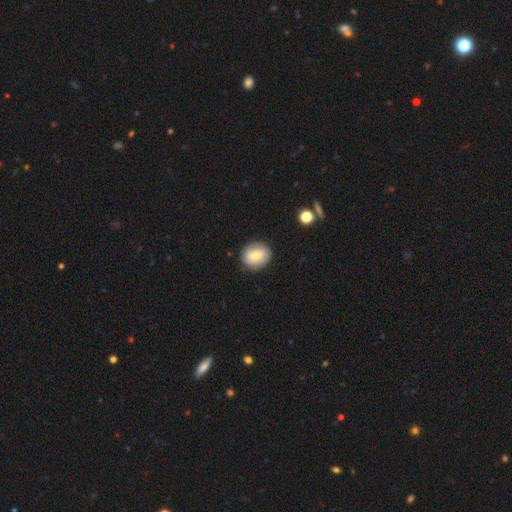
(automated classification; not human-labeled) smooth_or_featured: smooth (p=0.74) [alt: featured or disk p=0.18]
how_rounded: round (p=0.65) [alt: in between p=0.34]
merging: none (p=0.85) [alt: minor disturbance p=0.11]